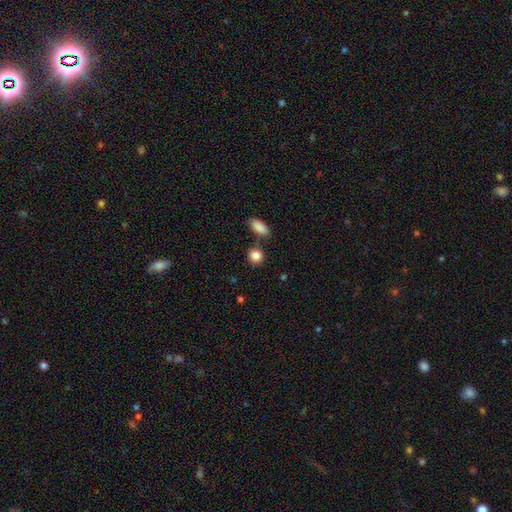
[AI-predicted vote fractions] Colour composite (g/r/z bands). It shows a smooth galaxy with no disk features (86%) that is round (77%). Merging: none (72%).